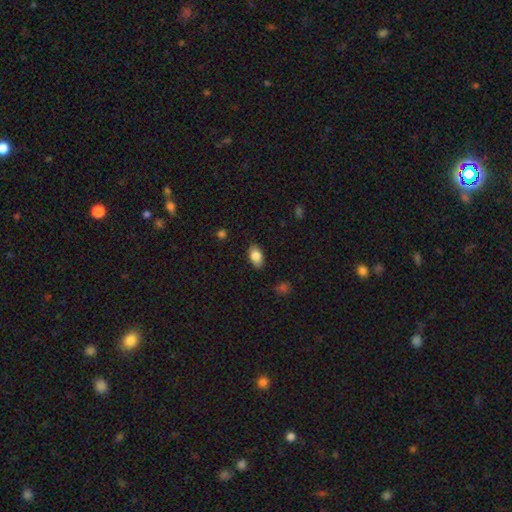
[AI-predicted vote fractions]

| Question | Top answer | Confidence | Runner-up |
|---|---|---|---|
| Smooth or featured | smooth | 83% | featured or disk (9%) |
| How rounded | in between | 90% | round (7%) |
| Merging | none | 86% | minor disturbance (11%) |